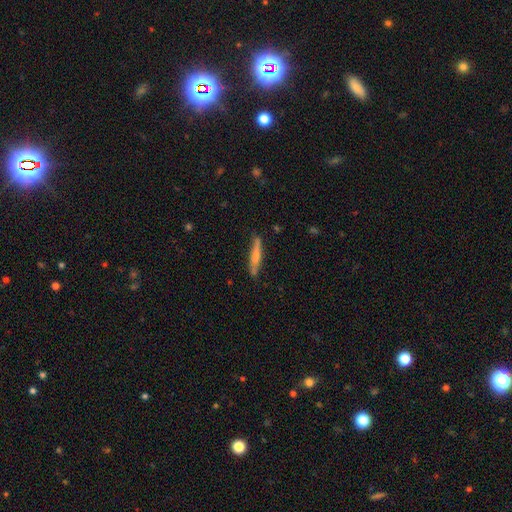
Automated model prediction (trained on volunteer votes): Q: Smooth or featured?
A: smooth (63%); runner-up: featured or disk (32%)
Q: How rounded?
A: cigar-shaped (92%); runner-up: in between (7%)
Q: Merging?
A: none (82%); runner-up: minor disturbance (14%)